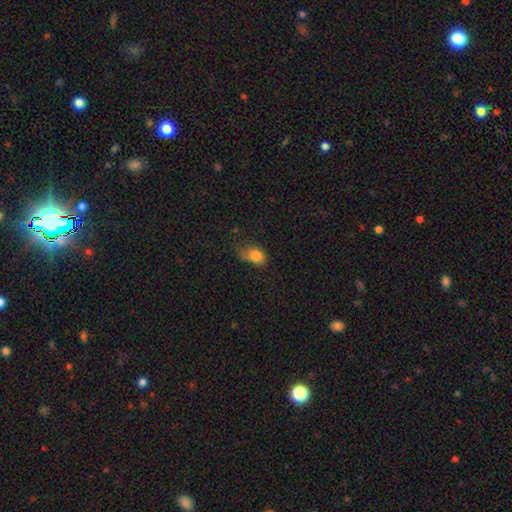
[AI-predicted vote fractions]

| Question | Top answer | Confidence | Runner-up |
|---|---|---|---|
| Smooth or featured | smooth | 80% | star or artifact (10%) |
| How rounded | in between | 63% | round (35%) |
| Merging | minor disturbance | 38% | none (36%) |